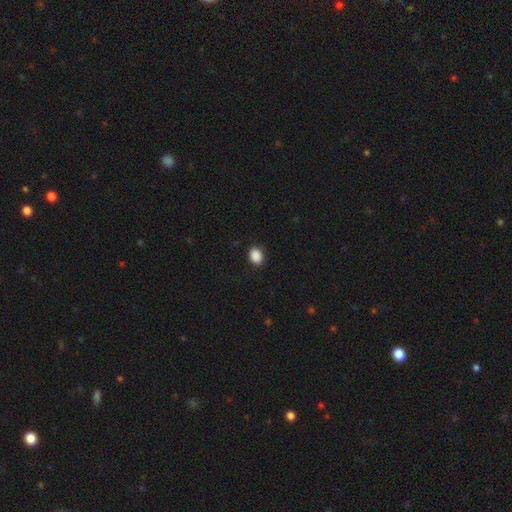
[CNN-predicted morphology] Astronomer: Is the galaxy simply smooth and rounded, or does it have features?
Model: smooth — 89%.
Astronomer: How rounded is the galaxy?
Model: in between — 59% (runner-up: round, 40%).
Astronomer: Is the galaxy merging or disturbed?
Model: none — 88%.